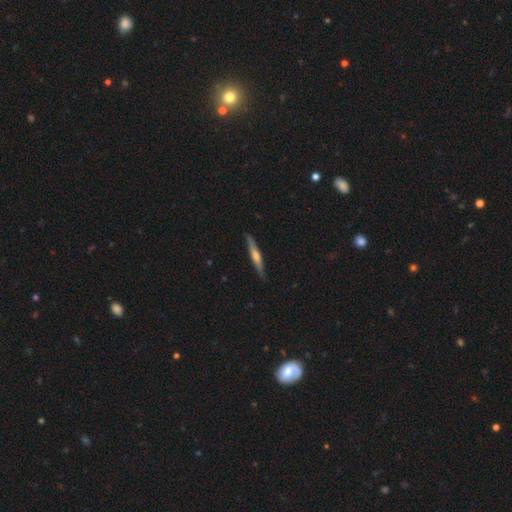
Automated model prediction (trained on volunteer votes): This appears to be a featured or disk galaxy (58%) viewed edge-on (96%) with a rounded central bulge (71%). Merging: none (88%).